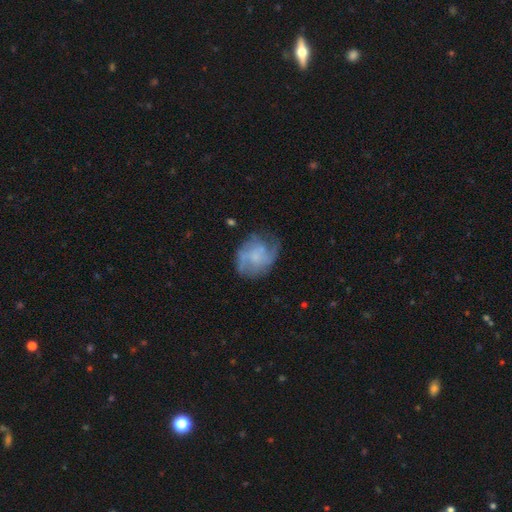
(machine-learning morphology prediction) smooth-or-featured: featured or disk: 60% | smooth: 32% | star or artifact: 8%
  disk-edge-on: no: 98% | yes: 2%
    bar: no: 70% | weak: 26% | strong: 4%
    has-spiral-arms: yes: 75% | no: 25%
    bulge-size: small: 38% | none: 33% | moderate: 23% | large: 4% | dominant: 1%
  merging: none: 56% | minor disturbance: 26% | major disturbance: 17% | merger: 2%